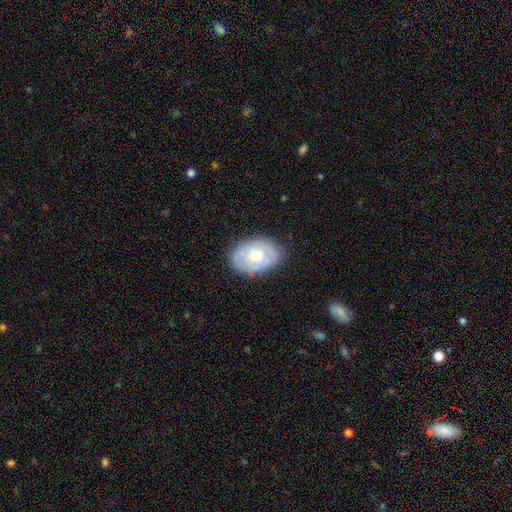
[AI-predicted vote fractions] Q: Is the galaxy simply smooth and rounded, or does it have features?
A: smooth — 47%, tied with featured or disk.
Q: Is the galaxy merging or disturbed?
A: none — 77%.